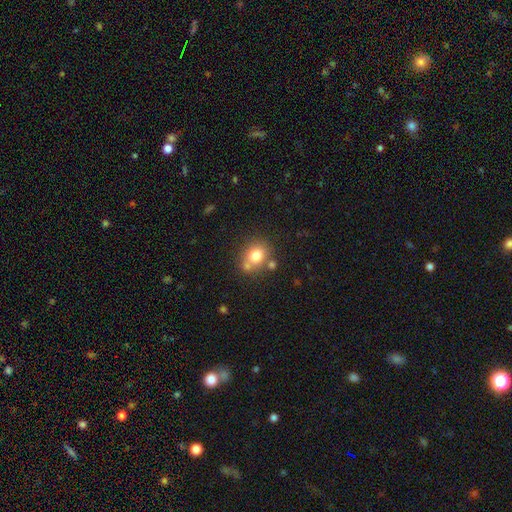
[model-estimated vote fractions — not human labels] Smooth or featured: smooth — 75% (featured or disk — 13%)
How rounded: round — 63% (in between — 36%)
Merging: none — 60% (merger — 22%)